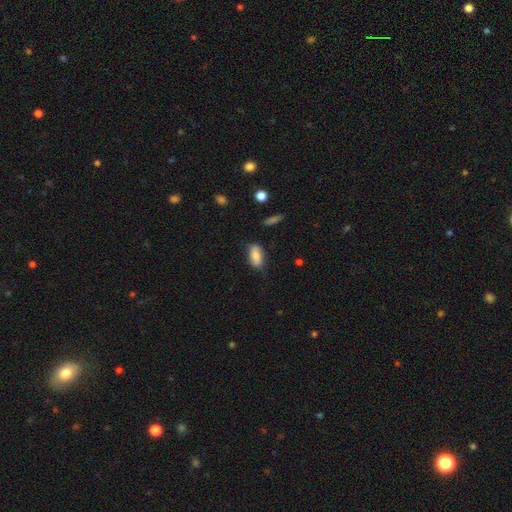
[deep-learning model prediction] Smooth or featured? smooth (83%)
How rounded? in between (90%)
Merging? none (77%)